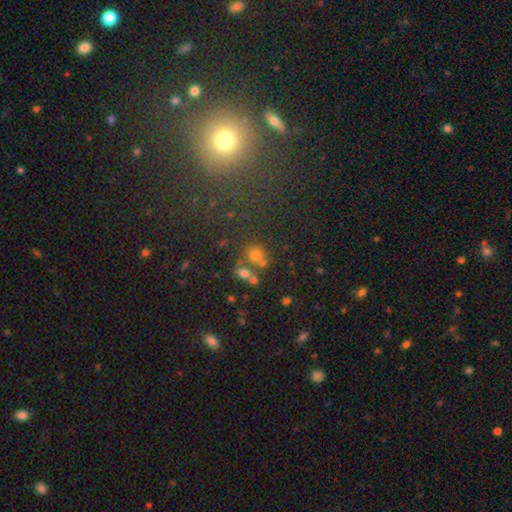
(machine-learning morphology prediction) A smooth galaxy with no disk features (61%) that is round (75%). Merging: none (51%).